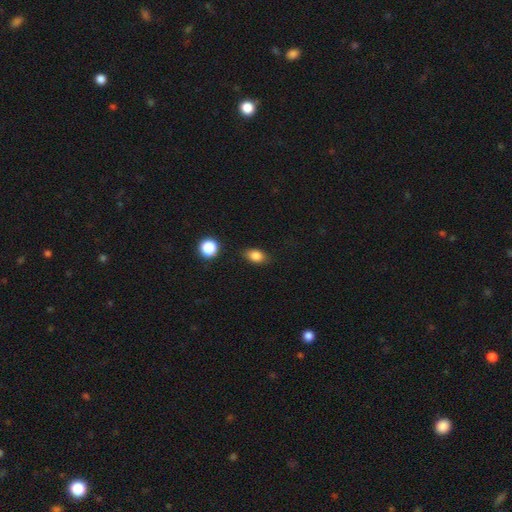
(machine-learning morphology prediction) The model was most divided on "how rounded": in between: 78%, round: 19%, cigar-shaped: 2%. More confident: smooth or featured — smooth (84%); merging — none (83%).